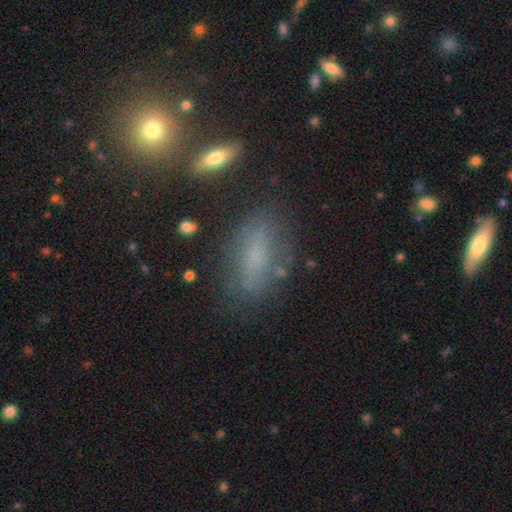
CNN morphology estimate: type=smooth (58%); roundness=in between (79%); merging=none (70%).